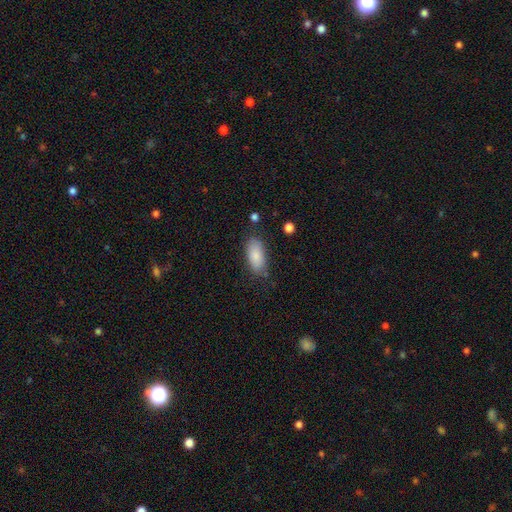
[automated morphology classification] Smooth or featured? smooth (86%)
How rounded? in between (89%)
Merging? none (77%)